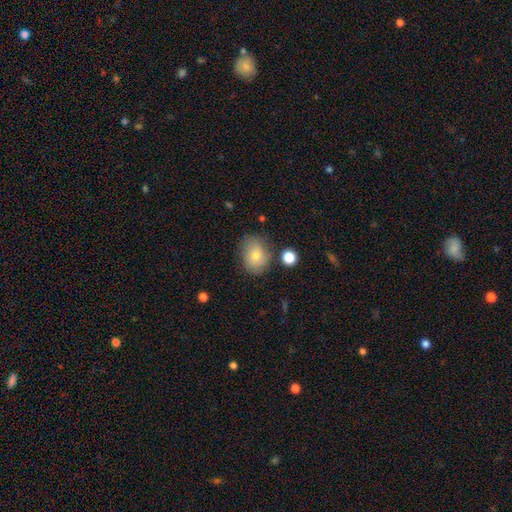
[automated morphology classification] type=smooth (74%); roundness=in between (57%); merging=none (73%).